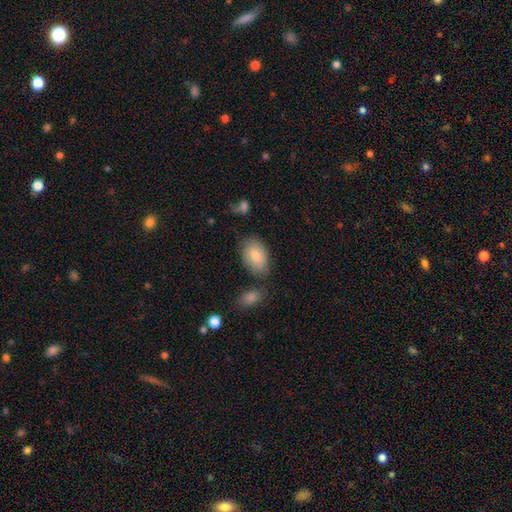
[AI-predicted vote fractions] A smooth galaxy with no disk features (83%) that is in between round and cigar-shaped (89%). Merging: none (68%).